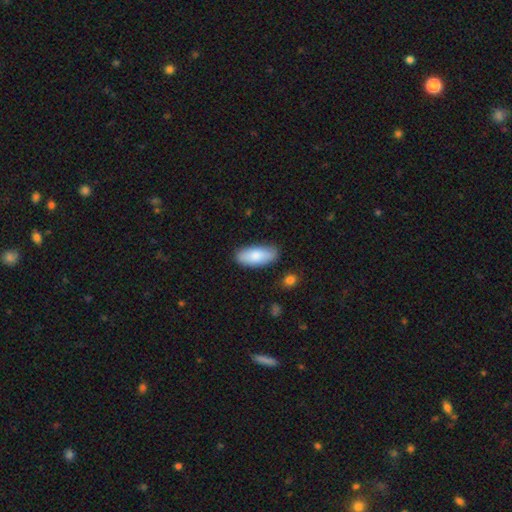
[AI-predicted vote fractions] Morphology: type=smooth (83%); roundness=in between (86%); merging=none (84%).